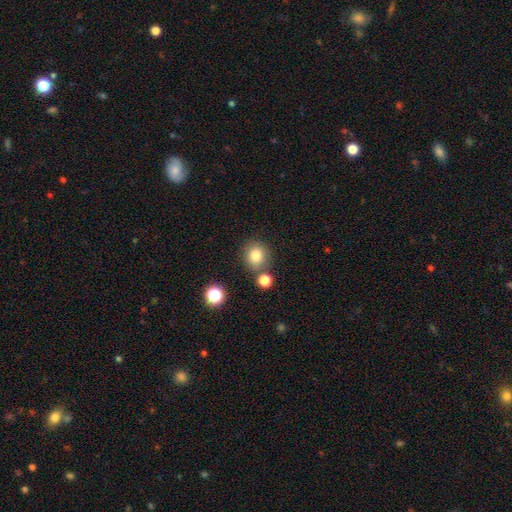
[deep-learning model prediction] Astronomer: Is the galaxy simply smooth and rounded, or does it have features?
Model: smooth — 80%.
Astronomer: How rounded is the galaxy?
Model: round — 83%.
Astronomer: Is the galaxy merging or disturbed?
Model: none — 76%.